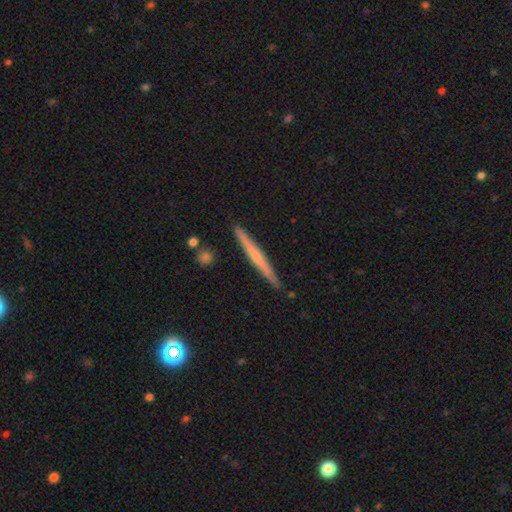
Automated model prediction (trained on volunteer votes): featured or disk 52%, smooth 42%, star or artifact 6%. Down the decision tree: edge-on disk — yes (98%); edge-on bulge — none (59%); merging — none (91%).